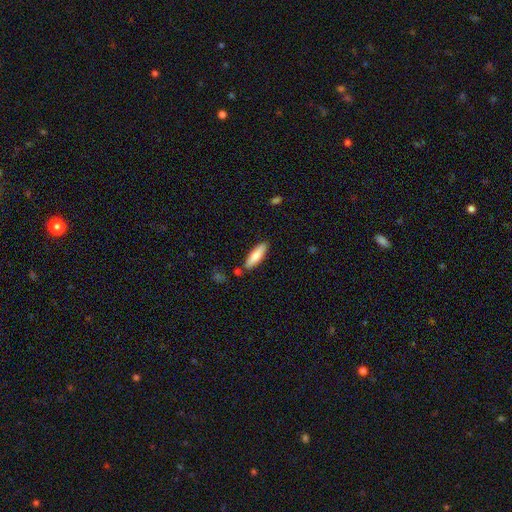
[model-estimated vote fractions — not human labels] The model was most divided on "how rounded": cigar-shaped: 53%, in between: 45%, round: 2%. More confident: merging — none (83%); smooth or featured — smooth (77%).